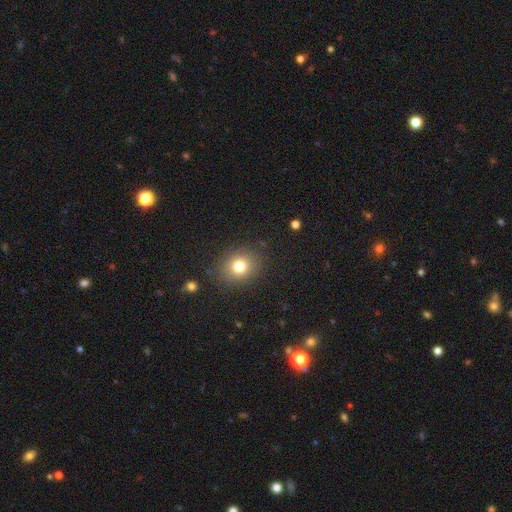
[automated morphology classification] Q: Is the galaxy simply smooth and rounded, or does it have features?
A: smooth — 69%.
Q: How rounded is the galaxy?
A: round — 71%.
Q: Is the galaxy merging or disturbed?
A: none — 89%.